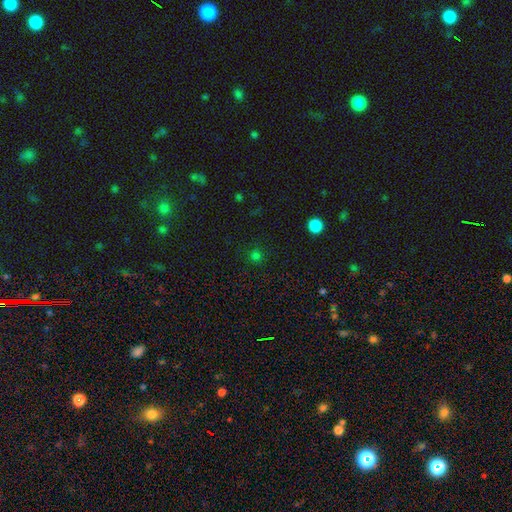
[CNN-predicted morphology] This appears to be a smooth galaxy with no disk features (72%) that is round (93%). Merging: none (89%).